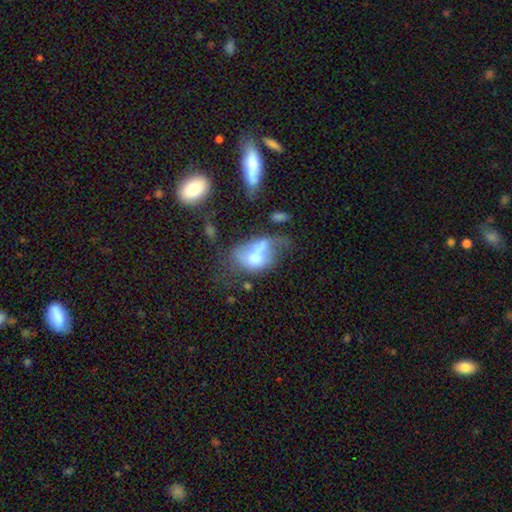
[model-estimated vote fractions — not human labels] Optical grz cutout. It shows a smooth galaxy with no disk features (47%). Merging: major disturbance (41%).